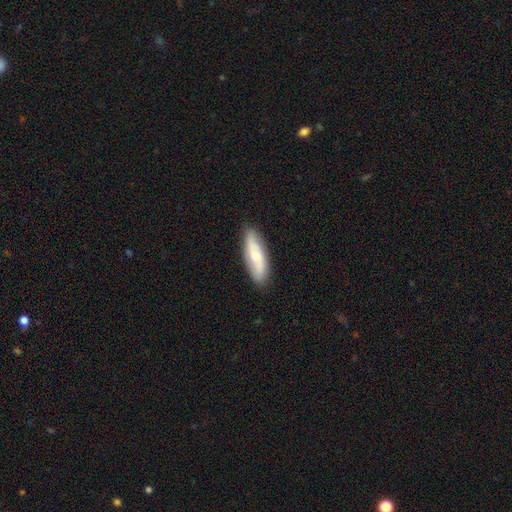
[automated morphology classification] Smooth or featured?
  - smooth: 59% *
  - featured or disk: 35%
  - star or artifact: 6%
How rounded?
  - cigar-shaped: 49% * (tied)
  - in between: 49% * (tied)
  - round: 2%
Merging?
  - none: 86% *
  - minor disturbance: 11%
  - major disturbance: 2%
  - merger: 1%